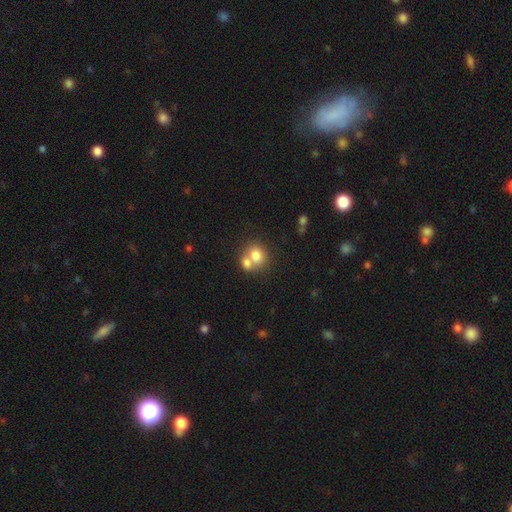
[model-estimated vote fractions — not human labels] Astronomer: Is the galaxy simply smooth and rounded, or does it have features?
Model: smooth — 75%.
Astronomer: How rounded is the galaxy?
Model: round — 66%.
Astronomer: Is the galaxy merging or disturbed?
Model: merger — 55% (runner-up: none, 34%).